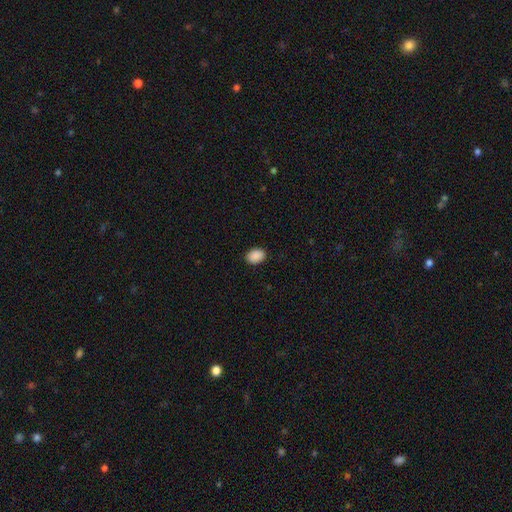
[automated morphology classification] This appears to be a smooth galaxy with no disk features (90%) that is in between round and cigar-shaped (72%). Merging: none (89%).